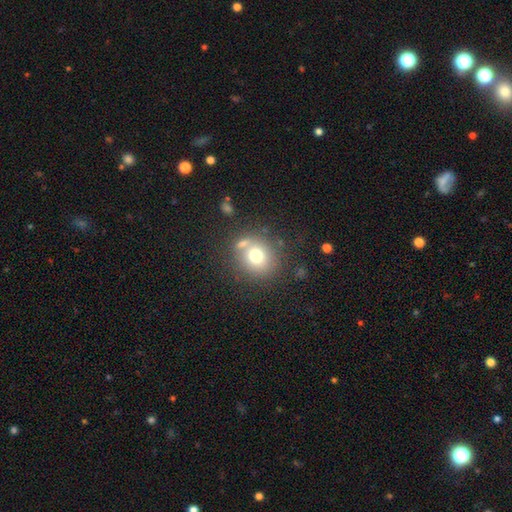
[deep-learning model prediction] smooth-or-featured: smooth: 73% | featured or disk: 14% | star or artifact: 13%
  how-rounded: round: 83% | in between: 16% | cigar-shaped: 1%
  merging: none: 68% | merger: 14% | minor disturbance: 13% | major disturbance: 6%